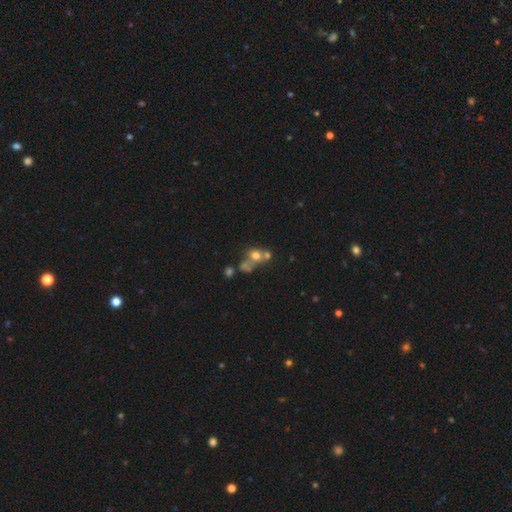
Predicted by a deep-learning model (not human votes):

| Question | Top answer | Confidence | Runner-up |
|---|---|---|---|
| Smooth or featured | smooth | 59% | featured or disk (23%) |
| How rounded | round | 73% | in between (25%) |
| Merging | merger | 50% | none (32%) |